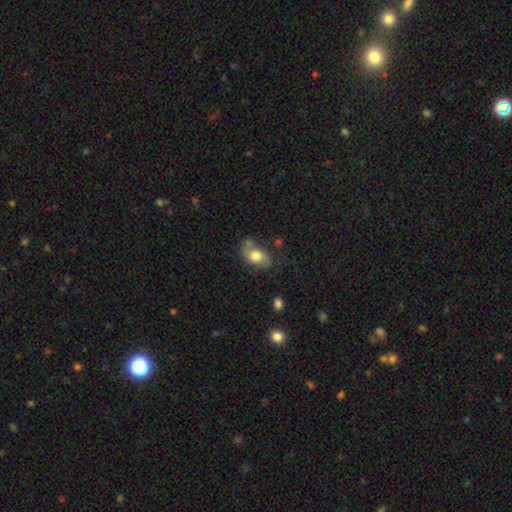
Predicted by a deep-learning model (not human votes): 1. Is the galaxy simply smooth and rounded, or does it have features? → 67% smooth, 25% featured or disk, 8% star or artifact.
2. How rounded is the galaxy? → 84% in between, 14% round, 2% cigar-shaped.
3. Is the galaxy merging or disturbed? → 52% none, 29% minor disturbance, 12% major disturbance, 7% merger.